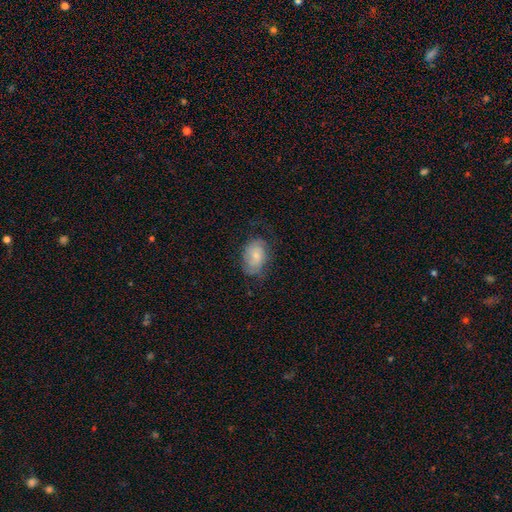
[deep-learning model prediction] A smooth galaxy with no disk features (51%) that is in between round and cigar-shaped (76%).

Vote fractions:
- Smooth or featured? smooth: 51% / featured or disk: 41% / star or artifact: 8%
- How rounded? in between: 76% / round: 23% / cigar-shaped: 1%
- Merging? none: 60% / minor disturbance: 26% / major disturbance: 12% / merger: 1%